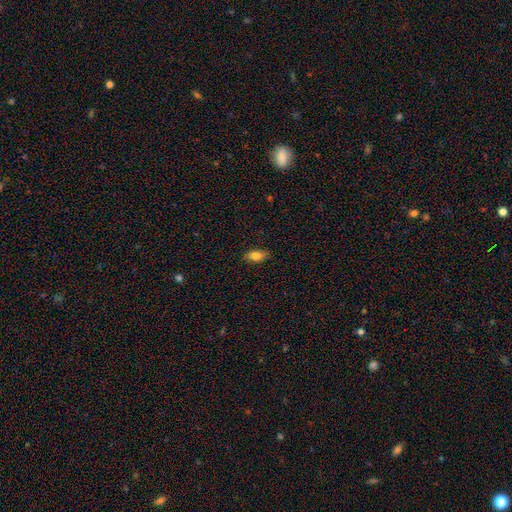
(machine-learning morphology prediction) A smooth galaxy with no disk features (84%) that is in between round and cigar-shaped (89%).

Vote fractions:
- Smooth or featured? smooth: 84% / featured or disk: 8% / star or artifact: 8%
- How rounded? in between: 89% / cigar-shaped: 7% / round: 4%
- Merging? none: 85% / minor disturbance: 11% / major disturbance: 2% / merger: 1%